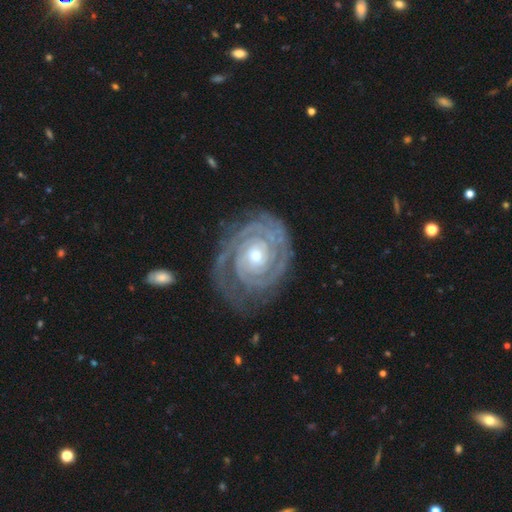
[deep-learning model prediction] Smooth or featured? featured or disk (92%)
Edge-on disk? no (97%)
Bar? no (74%)
Spiral arms? yes (98%)
Spiral winding? tight (86%)
Spiral arm count? 2 (36%)
Bulge size? small (50%)
Merging? none (73%)